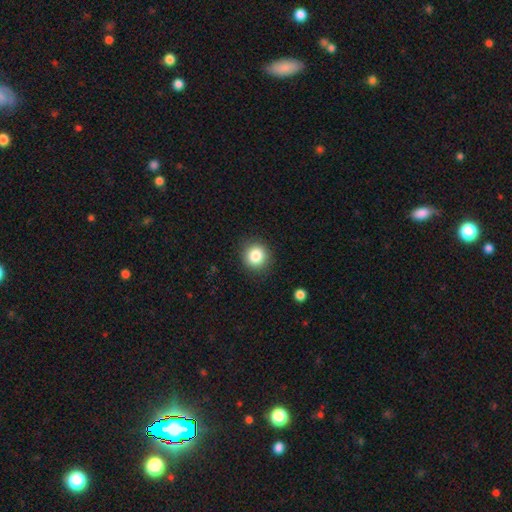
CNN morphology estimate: The model was most divided on "smooth or featured": smooth: 84%, star or artifact: 10%, featured or disk: 6%. More confident: how rounded — round (91%); merging — none (89%).